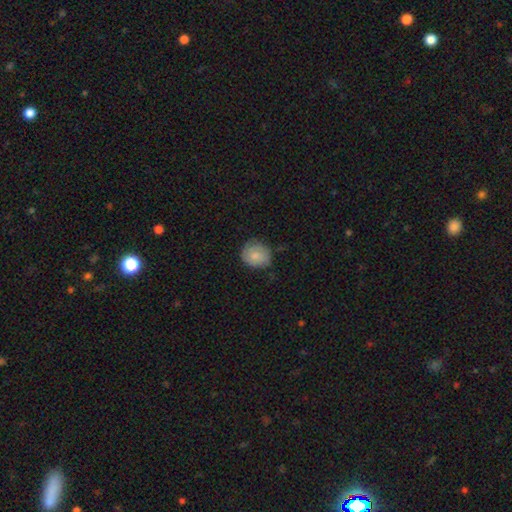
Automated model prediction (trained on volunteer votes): Smooth or featured? smooth (80%)
How rounded? round (77%)
Merging? none (68%)